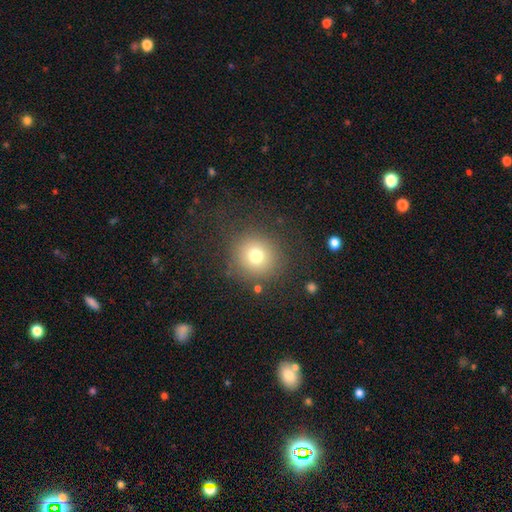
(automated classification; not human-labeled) smooth-or-featured: smooth: 74% | star or artifact: 15% | featured or disk: 12%
  how-rounded: round: 91% | in between: 8% | cigar-shaped: 1%
  merging: none: 83% | minor disturbance: 9% | major disturbance: 6% | merger: 2%